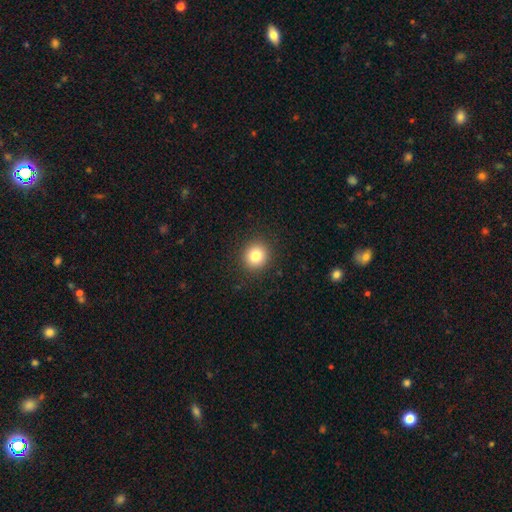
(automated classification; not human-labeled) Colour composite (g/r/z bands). It shows a smooth galaxy with no disk features (81%) that is round (88%). Merging: none (91%).